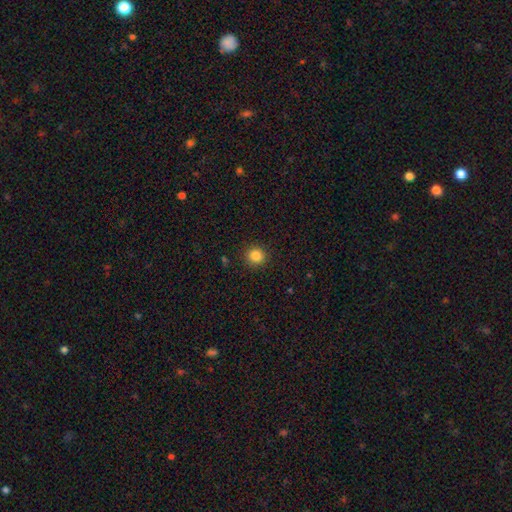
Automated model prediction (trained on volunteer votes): Smooth or featured? Predicted: smooth (p=0.84). How rounded? Predicted: round (p=0.92). Merging? Predicted: none (p=0.91).